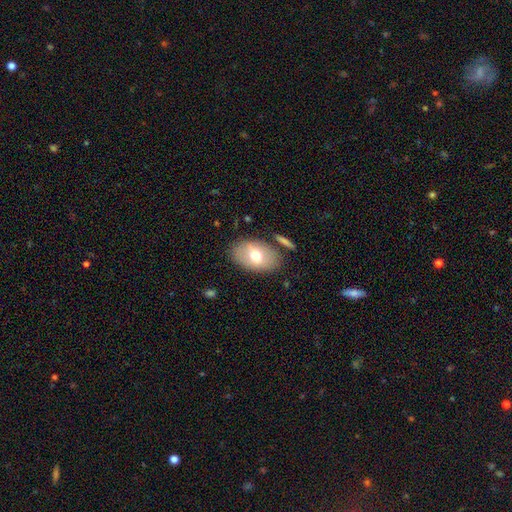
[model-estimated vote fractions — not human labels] This appears to be a smooth galaxy with no disk features (65%) that is in between round and cigar-shaped (88%). Merging: none (78%).